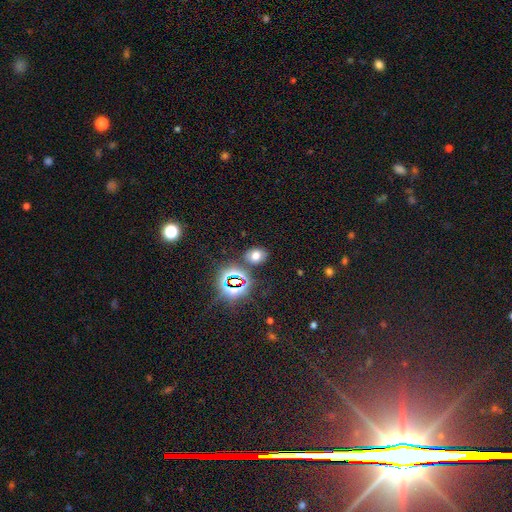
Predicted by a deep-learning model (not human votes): smooth-or-featured: smooth: 61% | star or artifact: 28% | featured or disk: 11%
  how-rounded: in between: 64% | round: 35% | cigar-shaped: 1%
  merging: none: 79% | minor disturbance: 11% | merger: 7% | major disturbance: 4%